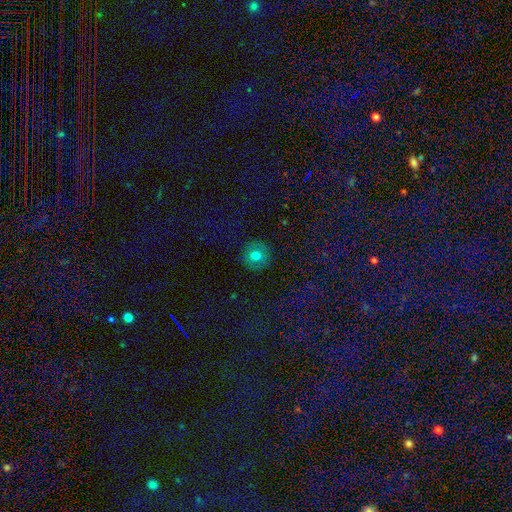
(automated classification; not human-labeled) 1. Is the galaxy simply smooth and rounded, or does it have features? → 69% smooth, 18% featured or disk, 13% star or artifact.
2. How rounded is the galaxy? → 92% round, 7% in between, 1% cigar-shaped.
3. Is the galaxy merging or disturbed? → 89% none, 7% minor disturbance, 3% major disturbance, 1% merger.